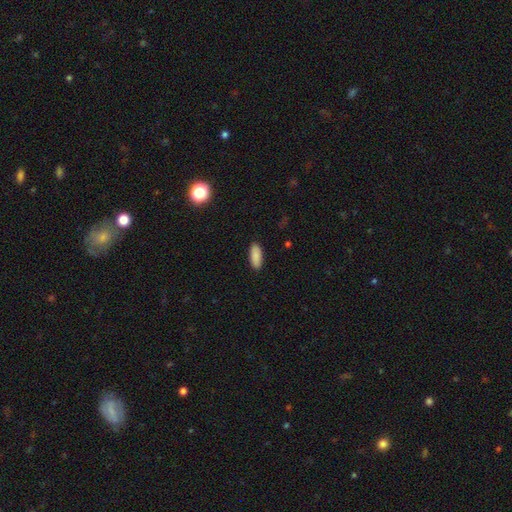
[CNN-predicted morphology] smooth_or_featured: smooth (p=0.89) [alt: star or artifact p=0.07]
how_rounded: in between (p=0.79) [alt: cigar-shaped p=0.20]
merging: none (p=0.90) [alt: minor disturbance p=0.08]